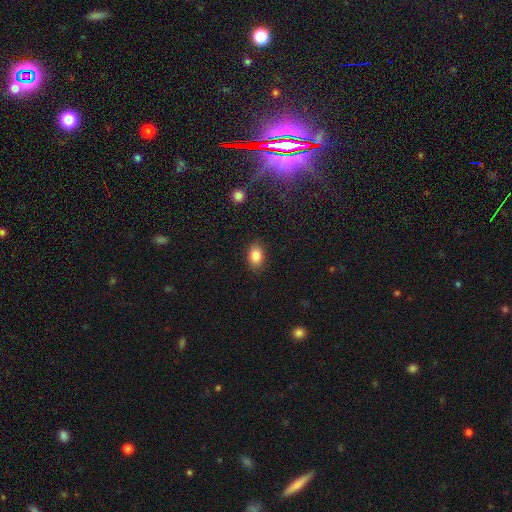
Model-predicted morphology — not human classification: smooth-or-featured: smooth: 85% | star or artifact: 9% | featured or disk: 6%
  how-rounded: in between: 79% | round: 20% | cigar-shaped: 1%
  merging: none: 87% | minor disturbance: 10% | major disturbance: 2% | merger: 1%